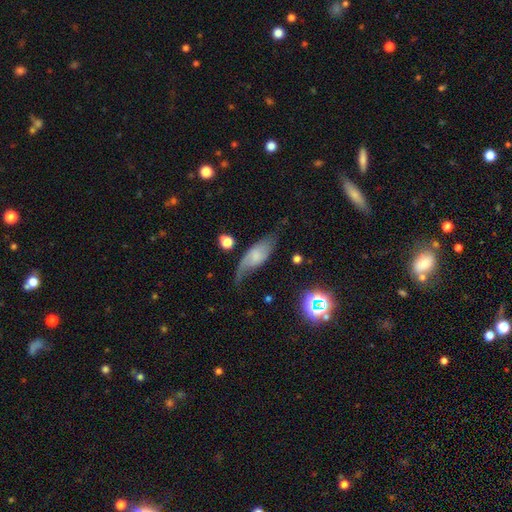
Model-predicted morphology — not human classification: type=featured or disk (47%); merging=none (47%).